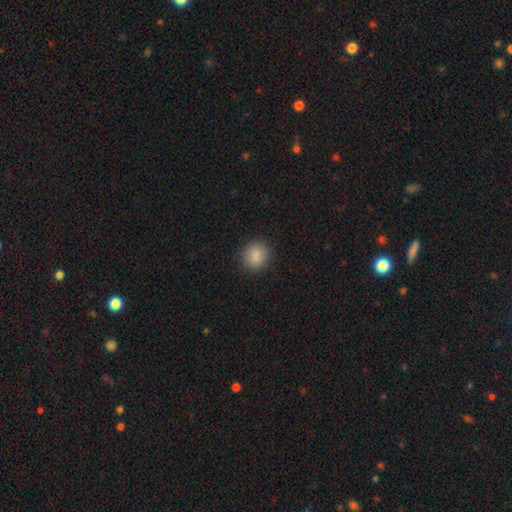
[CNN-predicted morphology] smooth 87%, star or artifact 9%, featured or disk 4%. Down the decision tree: how rounded — round (80%); merging — none (88%).